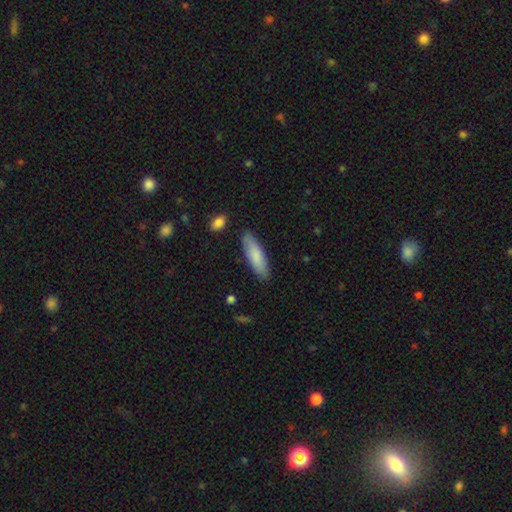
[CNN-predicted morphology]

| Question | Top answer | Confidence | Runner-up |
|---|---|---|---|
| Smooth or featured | smooth | 82% | featured or disk (13%) |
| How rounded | cigar-shaped | 56% | in between (43%) |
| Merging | none | 86% | minor disturbance (10%) |